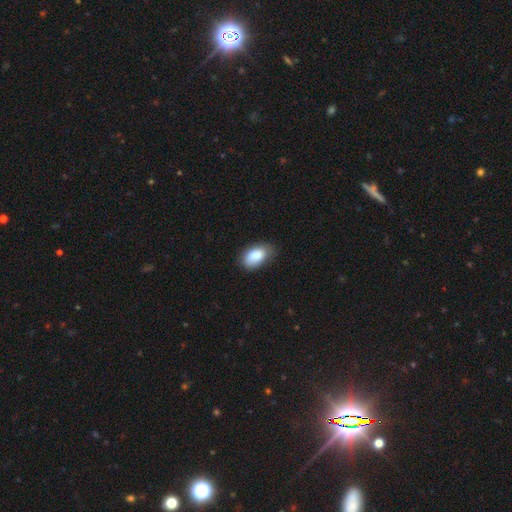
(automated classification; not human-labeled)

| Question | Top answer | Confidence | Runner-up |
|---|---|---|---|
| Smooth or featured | smooth | 84% | featured or disk (9%) |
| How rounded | in between | 93% | round (5%) |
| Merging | none | 63% | minor disturbance (29%) |